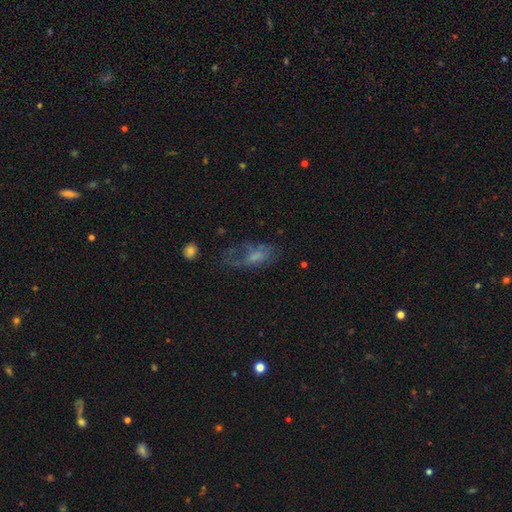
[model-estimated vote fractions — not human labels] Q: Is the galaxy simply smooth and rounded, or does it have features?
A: smooth — 48%.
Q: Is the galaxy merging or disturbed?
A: major disturbance — 40%.